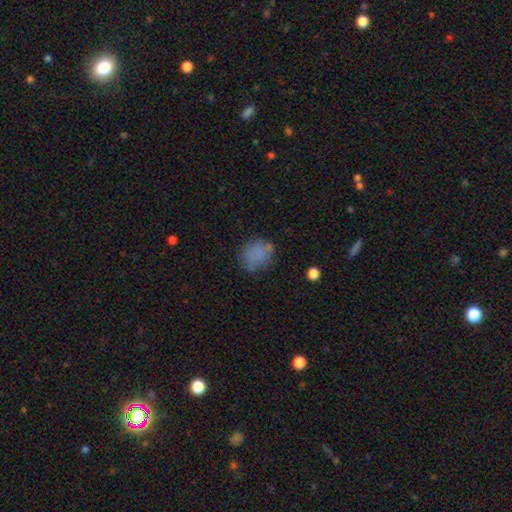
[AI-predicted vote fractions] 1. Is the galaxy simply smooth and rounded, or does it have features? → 79% smooth, 12% star or artifact, 9% featured or disk.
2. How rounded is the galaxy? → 64% round, 35% in between, 1% cigar-shaped.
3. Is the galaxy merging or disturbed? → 69% none, 19% minor disturbance, 7% major disturbance, 4% merger.